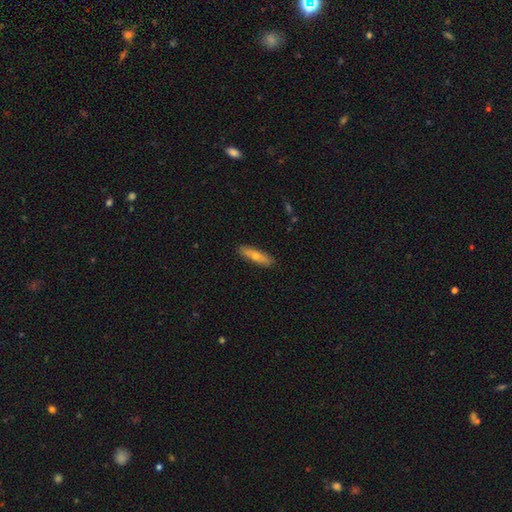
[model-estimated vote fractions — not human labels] smooth_or_featured: smooth (p=0.52) [alt: featured or disk p=0.42]
how_rounded: cigar-shaped (p=0.74) [alt: in between p=0.23]
merging: none (p=0.88) [alt: minor disturbance p=0.09]